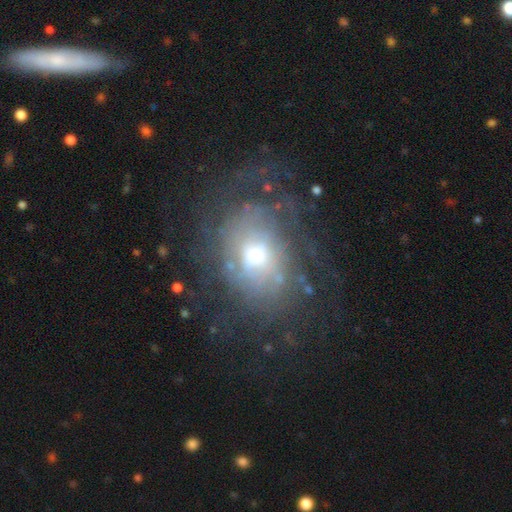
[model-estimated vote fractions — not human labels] A featured or disk galaxy (65%) with no bar (57%), spiral arms (53%) and a moderate central bulge (59%). Merging: none (54%).